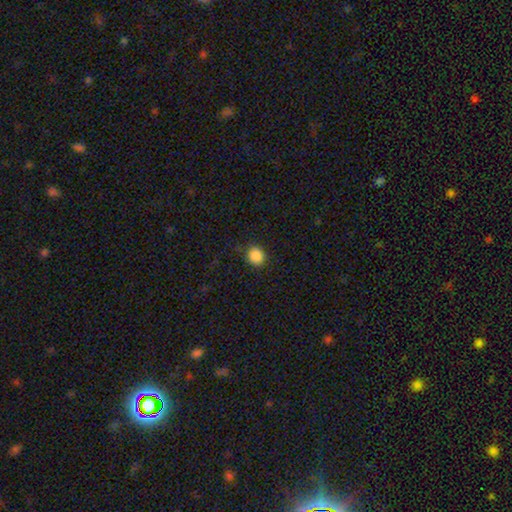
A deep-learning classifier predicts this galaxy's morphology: smooth-or-featured: smooth: 87% | star or artifact: 10% | featured or disk: 3%
  how-rounded: round: 81% | in between: 18% | cigar-shaped: 1%
  merging: none: 88% | minor disturbance: 9% | major disturbance: 3% | merger: 1%